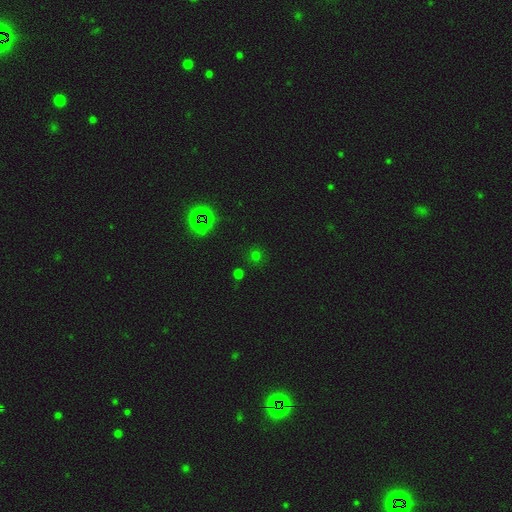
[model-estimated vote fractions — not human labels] The model was most divided on "smooth or featured": smooth: 54%, star or artifact: 40%, featured or disk: 6%. More confident: how rounded — round (89%); merging — none (84%).